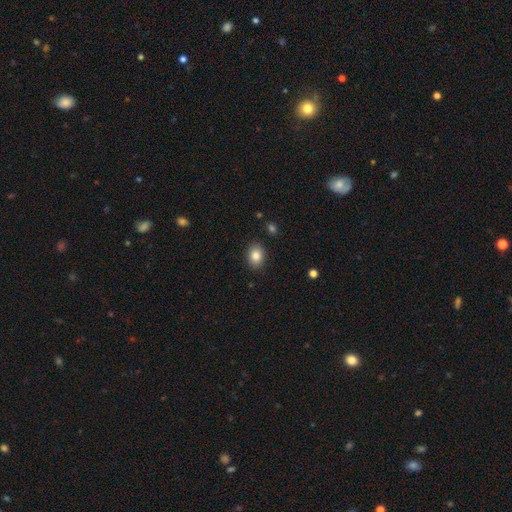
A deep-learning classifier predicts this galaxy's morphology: Overall: smooth (84%). How rounded: in between (66%; round 33%). Merging: none (88%).